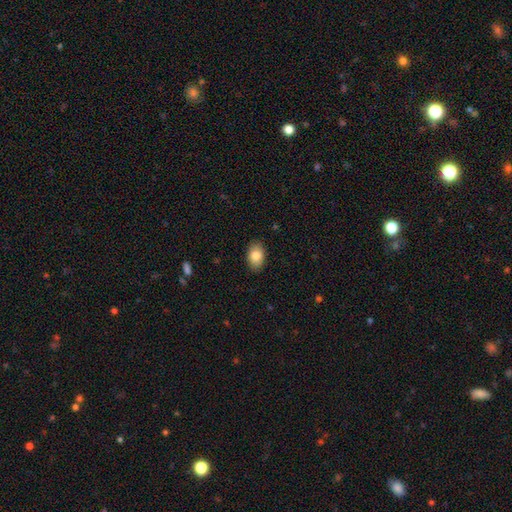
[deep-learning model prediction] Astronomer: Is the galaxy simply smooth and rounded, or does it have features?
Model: smooth — 85%.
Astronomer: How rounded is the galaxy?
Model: in between — 88%.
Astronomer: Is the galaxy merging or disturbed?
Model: none — 87%.